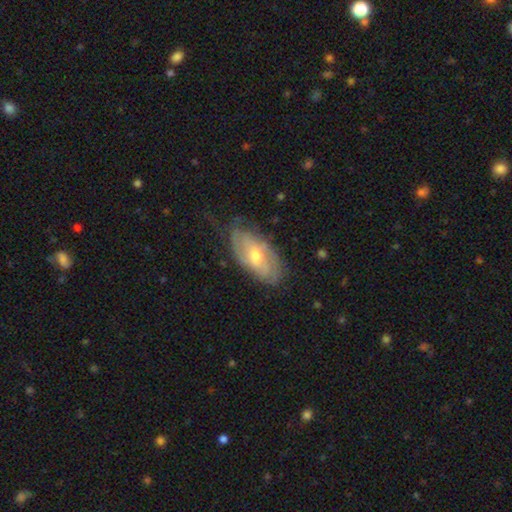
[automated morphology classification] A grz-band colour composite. It shows a featured or disk galaxy (65%) with no bar (54%), spiral arms (76%) and a moderate central bulge (66%). Merging: none (65%).